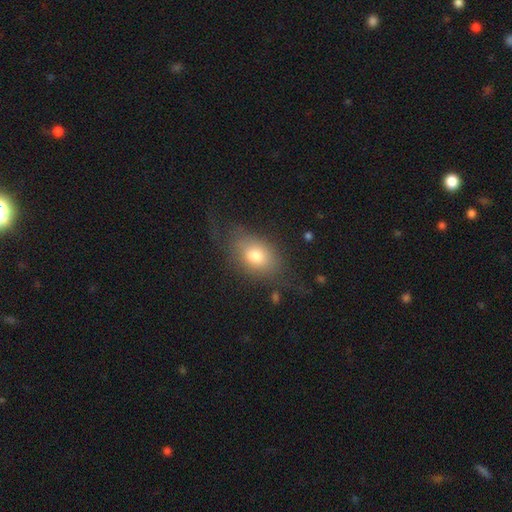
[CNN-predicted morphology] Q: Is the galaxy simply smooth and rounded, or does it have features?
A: smooth — 72%.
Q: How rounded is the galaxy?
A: in between — 76%.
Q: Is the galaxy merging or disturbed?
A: none — 53%.